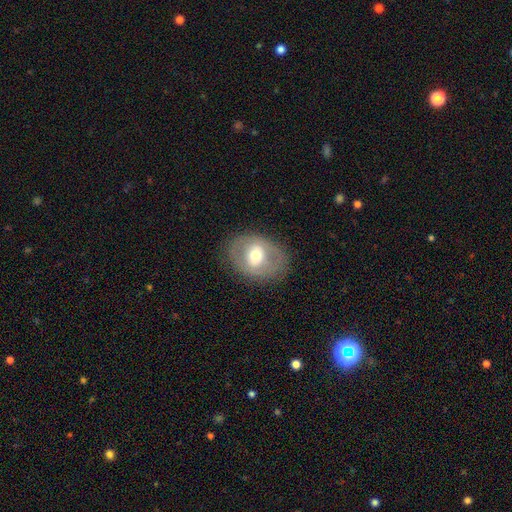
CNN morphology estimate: This is possibly a featured or disk galaxy (46%, tied with smooth). Merging: likely none (79%).